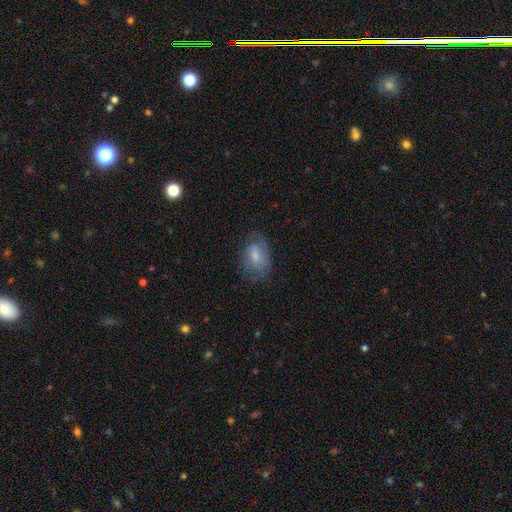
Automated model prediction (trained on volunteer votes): Smooth or featured? Predicted: smooth (p=0.56). How rounded? Predicted: in between (p=0.86). Merging? Predicted: none (p=0.59).